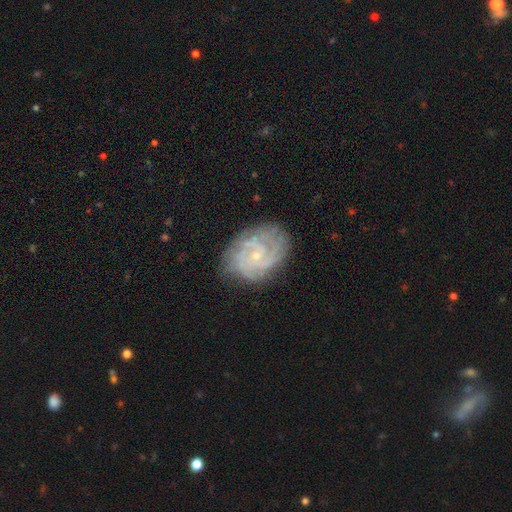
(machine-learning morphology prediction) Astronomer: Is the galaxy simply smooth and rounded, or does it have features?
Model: featured or disk — 82%.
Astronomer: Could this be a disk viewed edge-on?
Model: no — 98%.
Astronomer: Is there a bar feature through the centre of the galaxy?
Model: no — 72%.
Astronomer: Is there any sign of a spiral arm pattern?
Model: yes — 95%.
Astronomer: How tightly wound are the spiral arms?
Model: tight — 64%.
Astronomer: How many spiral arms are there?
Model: can't tell — 31% (runner-up: 3, 20%).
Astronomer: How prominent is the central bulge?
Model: small — 82%.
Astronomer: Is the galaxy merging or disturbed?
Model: none — 78%.